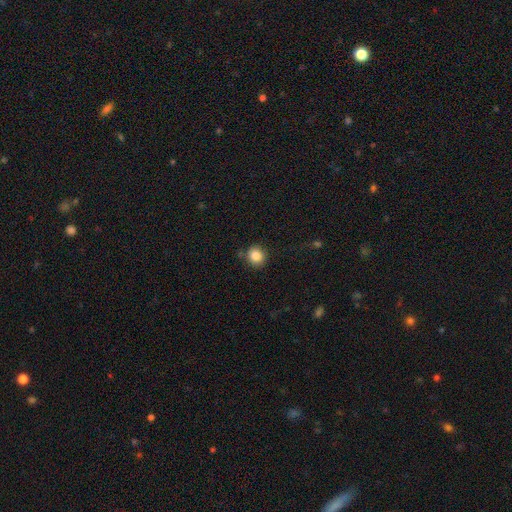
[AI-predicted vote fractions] Morphology: type=smooth (85%); roundness=round (88%); merging=none (81%).